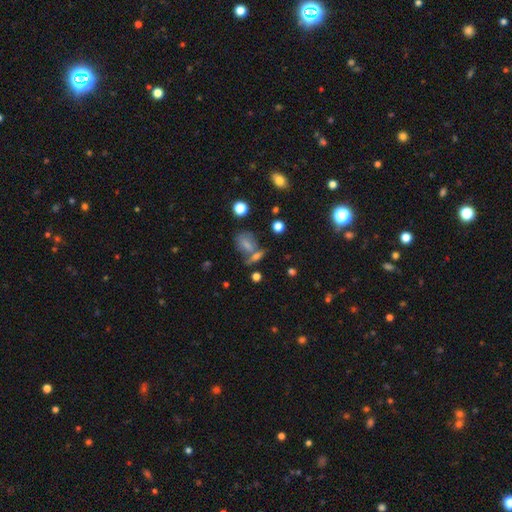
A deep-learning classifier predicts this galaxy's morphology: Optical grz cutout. It shows a smooth galaxy with no disk features (60%) that is in between round and cigar-shaped (59%). Merging: none (49%).